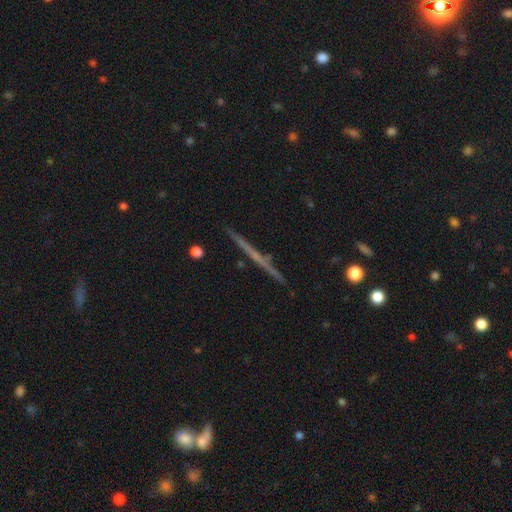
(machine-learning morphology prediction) A featured or disk galaxy (66%) viewed edge-on (98%) with no central bulge (78%). Merging: none (91%).